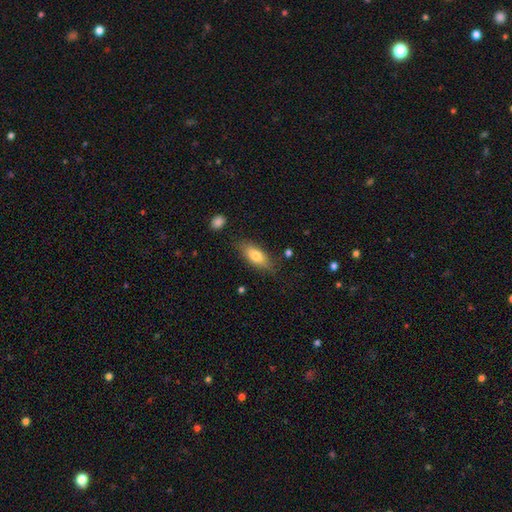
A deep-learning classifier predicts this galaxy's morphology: Smooth or featured? Predicted: smooth (p=0.76). How rounded? Predicted: in between (p=0.77). Merging? Predicted: none (p=0.78).